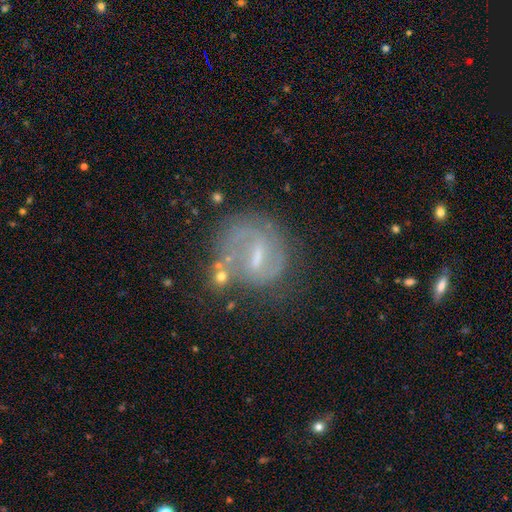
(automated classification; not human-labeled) Smooth or featured? Predicted: featured or disk (p=0.72). Edge-on disk? Predicted: no (p=0.97). Bar? Predicted: weak (p=0.52). Spiral arms? Predicted: yes (p=0.78). Spiral winding? Predicted: medium (p=0.42). Spiral arm count? Predicted: 2 (p=0.56). Bulge size? Predicted: small (p=0.50). Merging? Predicted: none (p=0.57).